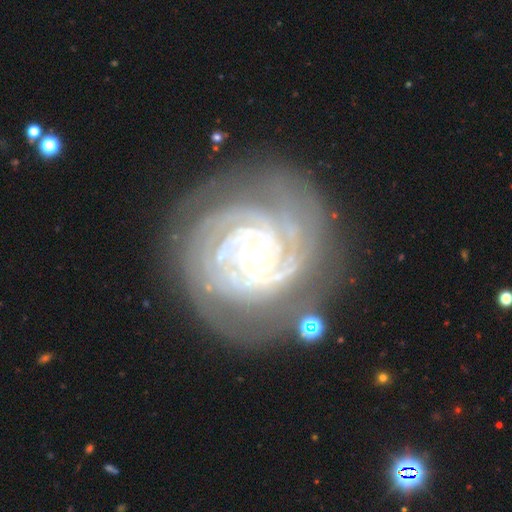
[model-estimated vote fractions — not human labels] Smooth or featured? featured or disk (91%)
Edge-on disk? no (97%)
Bar? no (73%)
Spiral arms? yes (98%)
Spiral winding? tight (84%)
Spiral arm count? 3 (26%)
Bulge size? moderate (56%)
Merging? none (74%)